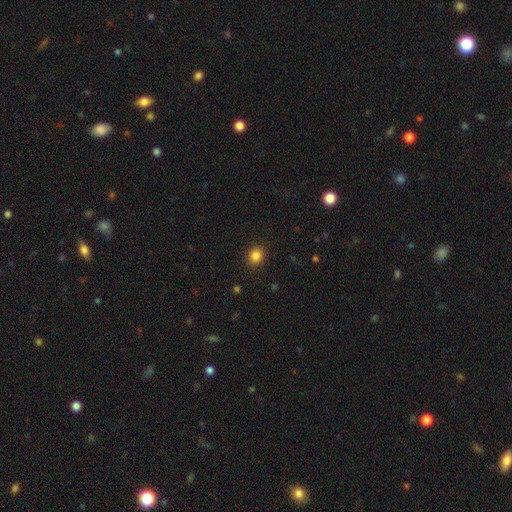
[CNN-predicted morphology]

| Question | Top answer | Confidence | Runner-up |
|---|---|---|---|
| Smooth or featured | smooth | 85% | star or artifact (11%) |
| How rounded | round | 65% | in between (34%) |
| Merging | none | 90% | minor disturbance (7%) |